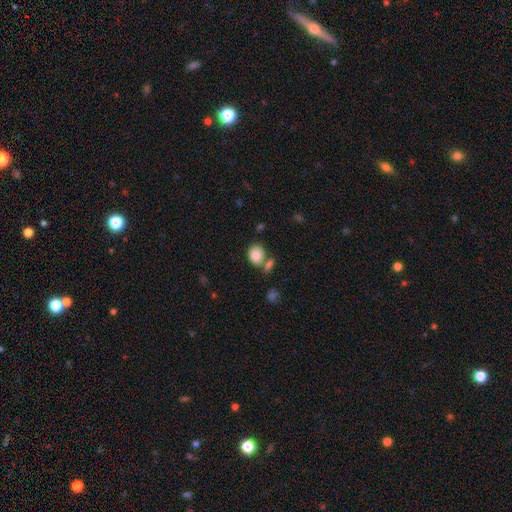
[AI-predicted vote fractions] Morphology: type=smooth (84%); roundness=in between (50%); merging=none (57%).